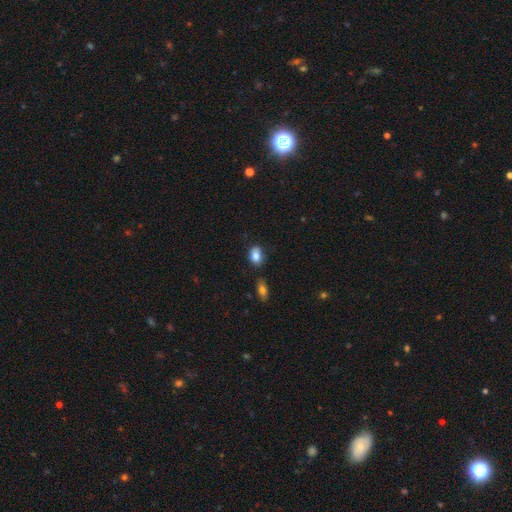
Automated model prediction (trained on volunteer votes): Smooth or featured: smooth — 84% (star or artifact — 9%)
How rounded: in between — 76% (round — 22%)
Merging: none — 69% (minor disturbance — 21%)